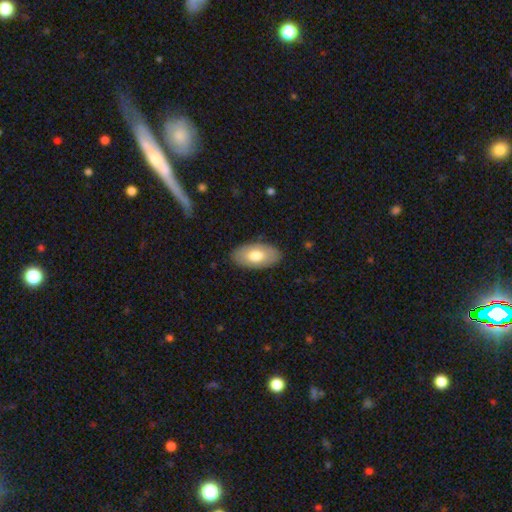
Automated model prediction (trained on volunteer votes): Smooth or featured? smooth (72%)
How rounded? in between (95%)
Merging? none (86%)